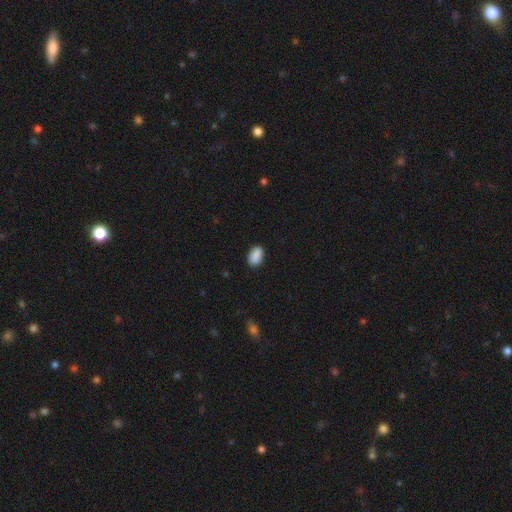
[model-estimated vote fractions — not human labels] smooth-or-featured: smooth: 89% | star or artifact: 7% | featured or disk: 3%
  how-rounded: in between: 89% | round: 10% | cigar-shaped: 1%
  merging: none: 84% | minor disturbance: 12% | major disturbance: 2% | merger: 1%